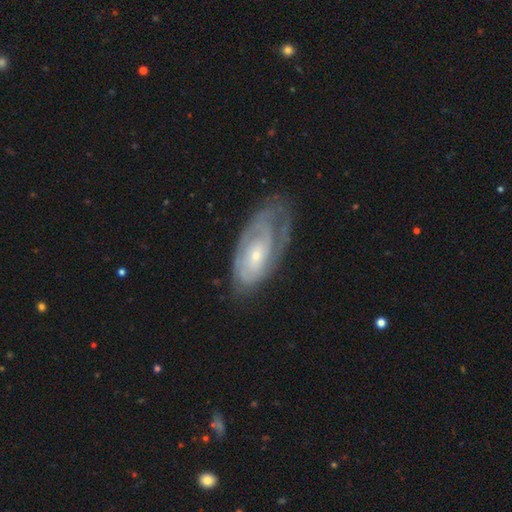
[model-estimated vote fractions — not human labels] A featured or disk galaxy (74%) with no bar (71%), tight (65%) spiral arms (83%) and a small central bulge (67%). Merging: none (53%).